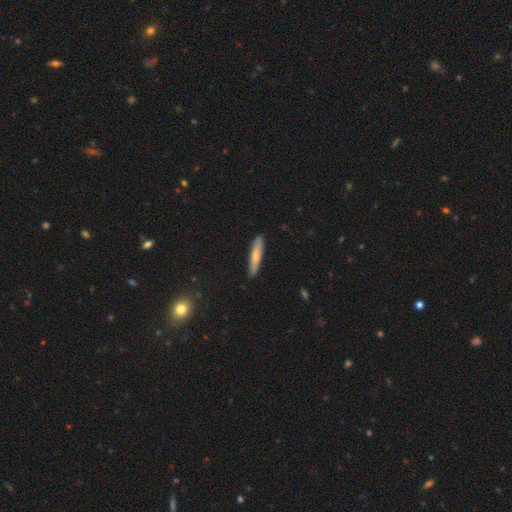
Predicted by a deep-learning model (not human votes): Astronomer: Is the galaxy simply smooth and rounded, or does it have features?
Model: smooth — 66%.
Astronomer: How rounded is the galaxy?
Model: cigar-shaped — 88%.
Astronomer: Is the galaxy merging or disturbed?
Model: none — 87%.